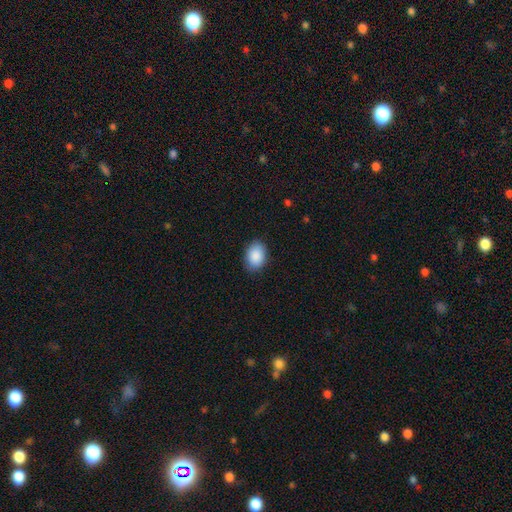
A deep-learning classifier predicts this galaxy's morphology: Q: Smooth or featured?
A: smooth (90%); runner-up: star or artifact (7%)
Q: How rounded?
A: in between (79%); runner-up: round (20%)
Q: Merging?
A: none (85%); runner-up: minor disturbance (12%)